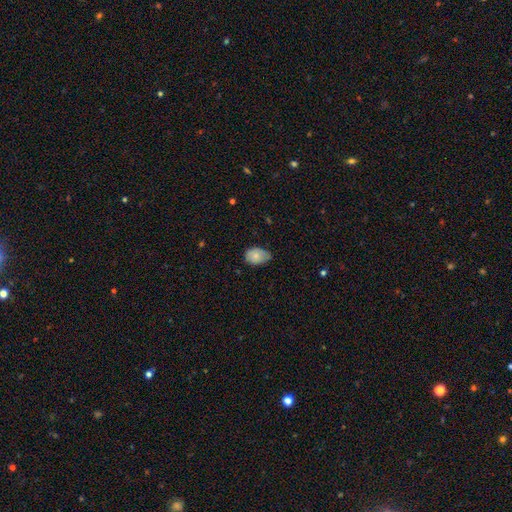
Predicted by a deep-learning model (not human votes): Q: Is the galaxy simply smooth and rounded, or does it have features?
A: smooth — 75%.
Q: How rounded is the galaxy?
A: in between — 82%.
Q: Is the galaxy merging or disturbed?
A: none — 55%.